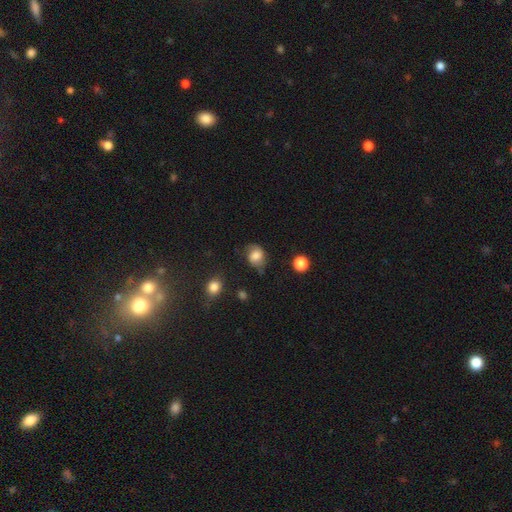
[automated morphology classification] The model was most divided on "how rounded": round: 53%, in between: 46%, cigar-shaped: 1%. More confident: smooth or featured — smooth (71%); merging — none (55%).